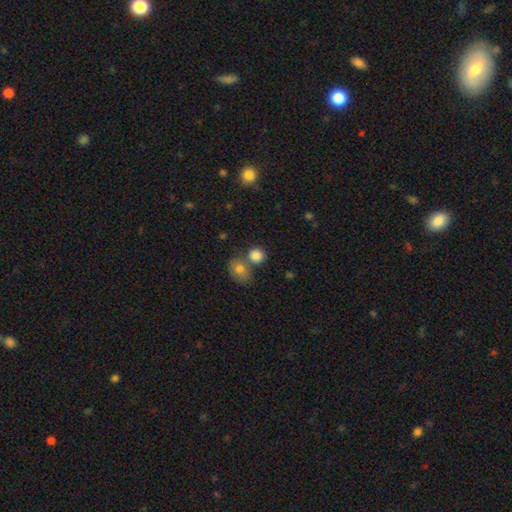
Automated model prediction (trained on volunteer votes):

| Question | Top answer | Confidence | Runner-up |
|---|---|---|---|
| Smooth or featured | smooth | 83% | star or artifact (10%) |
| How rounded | round | 81% | in between (18%) |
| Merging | none | 57% | merger (30%) |